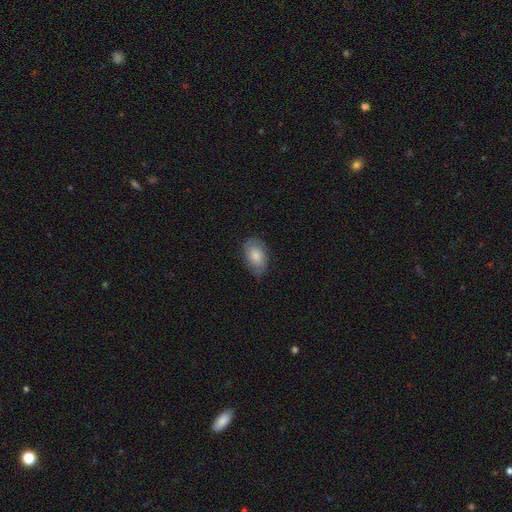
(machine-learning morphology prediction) The model was most divided on "smooth or featured": smooth: 60%, featured or disk: 32%, star or artifact: 7%. More confident: how rounded — in between (89%); merging — none (72%).